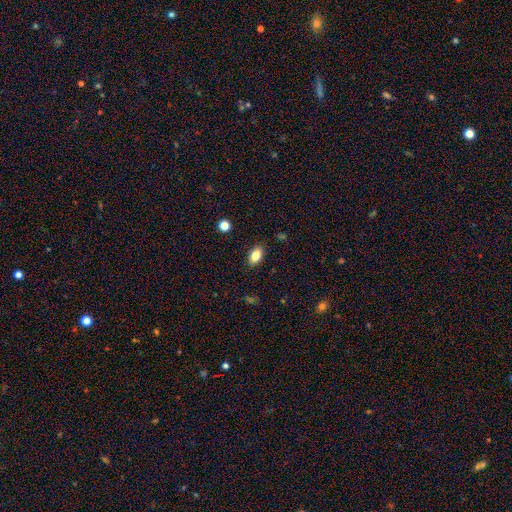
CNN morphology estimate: Smooth or featured? smooth (83%)
How rounded? in between (90%)
Merging? none (87%)